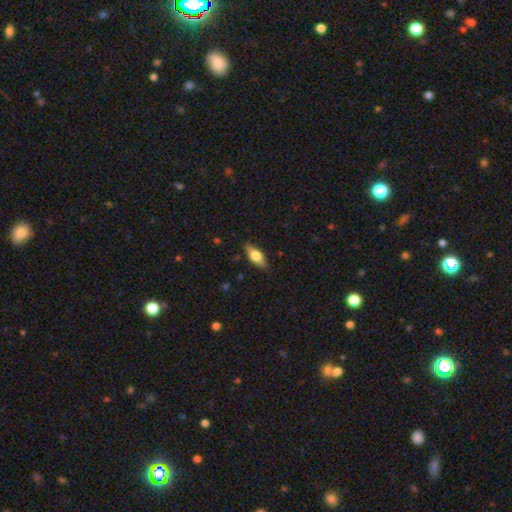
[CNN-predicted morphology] This is likely a smooth galaxy (63%). How rounded: likely in between (74%). Merging: clearly none (85%).